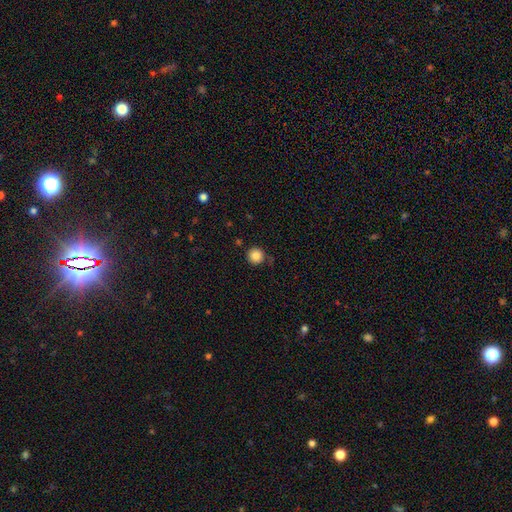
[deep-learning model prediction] Smooth or featured: smooth — 84% (star or artifact — 10%)
How rounded: round — 95% (in between — 4%)
Merging: none — 83% (minor disturbance — 11%)